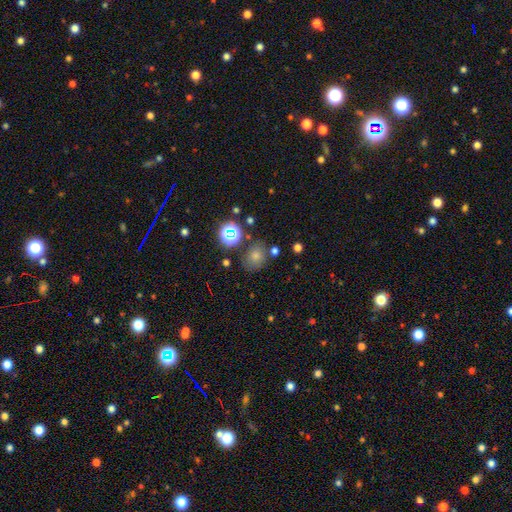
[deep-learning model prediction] This is likely a smooth galaxy (68%). How rounded: likely round (61%). Merging: likely none (72%).